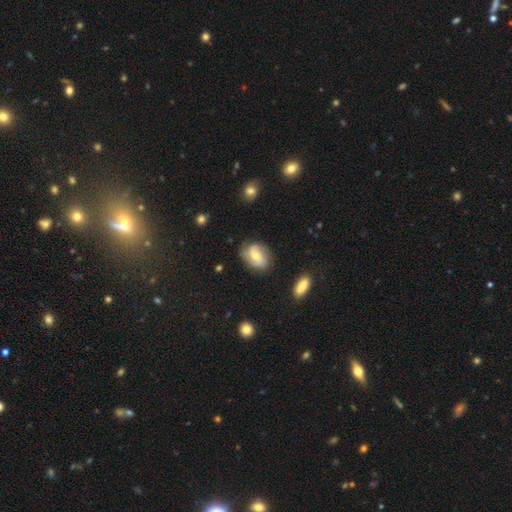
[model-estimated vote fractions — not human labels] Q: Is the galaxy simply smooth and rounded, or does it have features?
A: featured or disk — 52%.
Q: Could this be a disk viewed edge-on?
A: no — 95%.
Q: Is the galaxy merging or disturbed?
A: none — 75%.